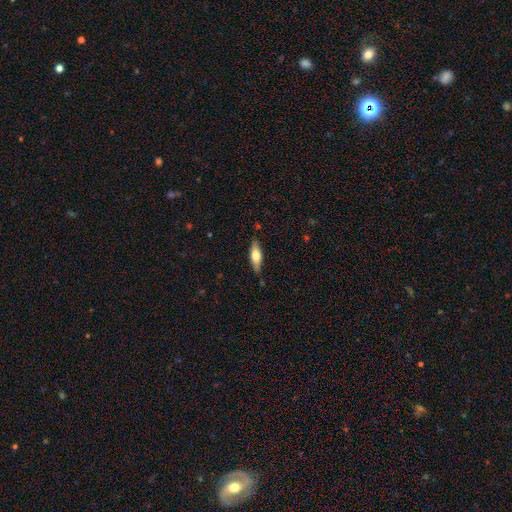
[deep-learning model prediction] Q: Smooth or featured?
A: smooth (57%); runner-up: featured or disk (37%)
Q: How rounded?
A: in between (60%); runner-up: cigar-shaped (37%)
Q: Merging?
A: none (81%); runner-up: minor disturbance (15%)